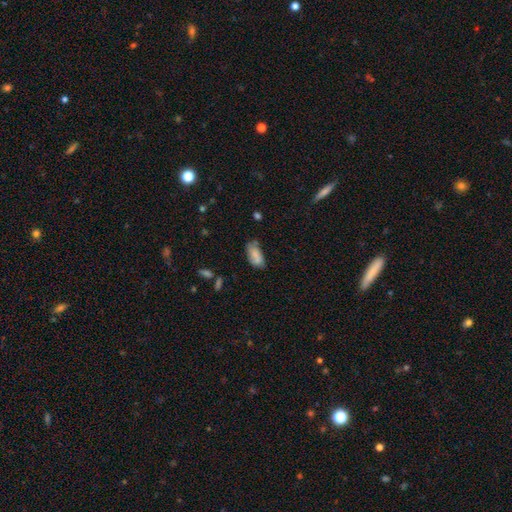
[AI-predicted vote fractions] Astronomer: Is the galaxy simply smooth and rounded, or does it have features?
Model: smooth — 77%.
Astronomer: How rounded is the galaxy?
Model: in between — 88%.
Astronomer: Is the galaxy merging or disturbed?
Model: none — 52% (runner-up: minor disturbance, 31%).